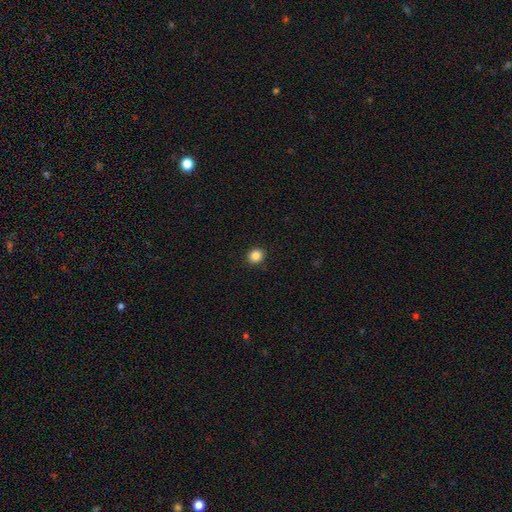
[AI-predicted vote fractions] Smooth or featured: smooth — 86% (star or artifact — 11%)
How rounded: round — 80% (in between — 19%)
Merging: none — 91% (minor disturbance — 6%)